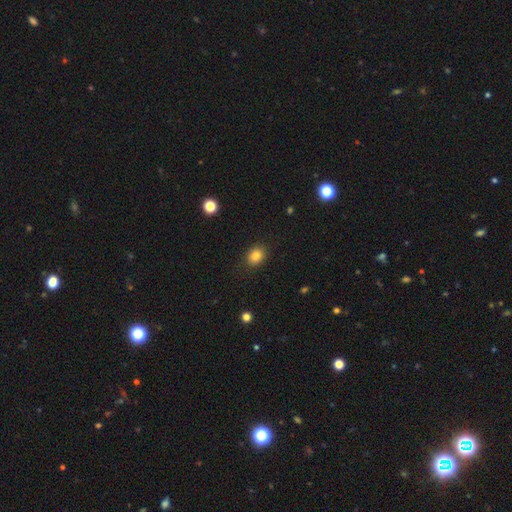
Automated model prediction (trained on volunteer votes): Morphology: type=smooth (84%); roundness=in between (51%); merging=none (86%).